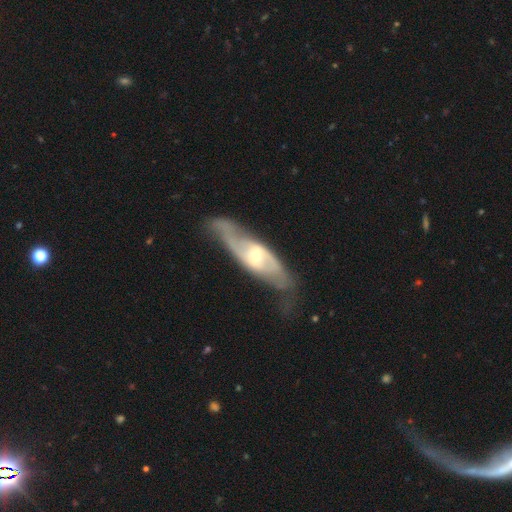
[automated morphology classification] featured or disk 82%, smooth 13%, star or artifact 5%. Down the decision tree: edge-on disk — no (83%); bar — weak (46%); spiral arms — yes (89%); spiral arm count — 2 (80%); spiral winding — medium (44%); bulge size — small (48%); merging — none (66%).